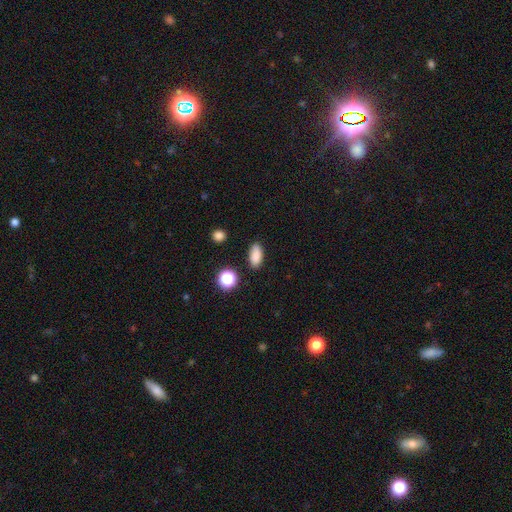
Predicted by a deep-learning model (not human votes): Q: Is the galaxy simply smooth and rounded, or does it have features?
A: smooth — 85%.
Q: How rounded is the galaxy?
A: in between — 87%.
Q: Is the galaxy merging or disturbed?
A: none — 85%.